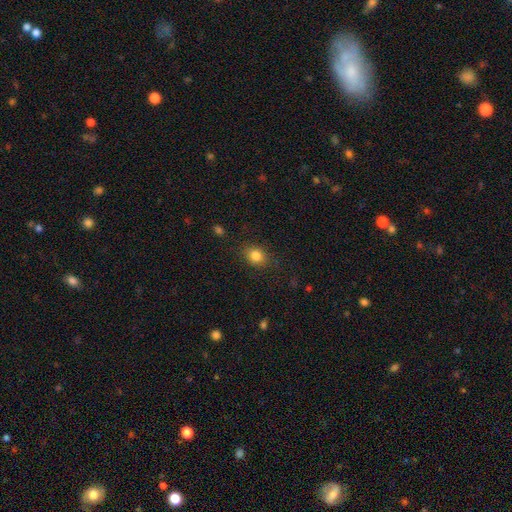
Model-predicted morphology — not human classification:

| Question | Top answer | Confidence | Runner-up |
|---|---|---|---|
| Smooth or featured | smooth | 83% | star or artifact (11%) |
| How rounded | round | 56% | in between (43%) |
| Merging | none | 84% | minor disturbance (11%) |